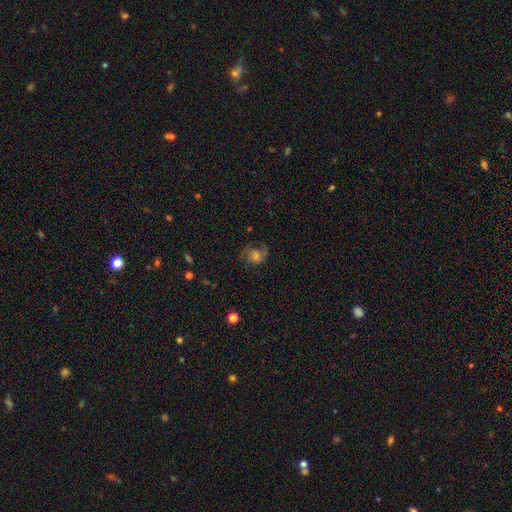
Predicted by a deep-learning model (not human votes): Smooth or featured? featured or disk (54%)
Edge-on disk? no (97%)
Bar? no (68%)
Spiral arms? yes (84%)
Bulge size? moderate (41%)
Merging? none (59%)